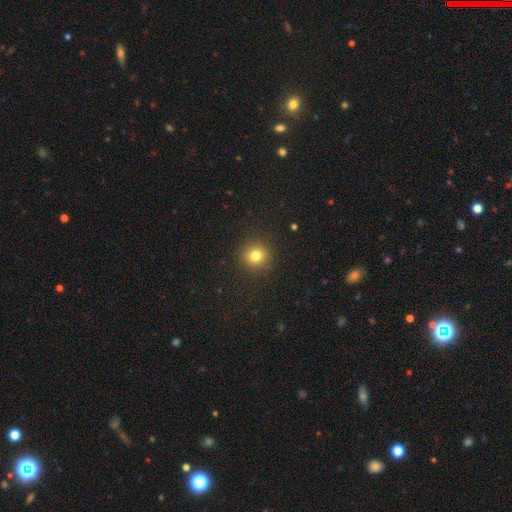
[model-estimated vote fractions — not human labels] This is clearly a smooth galaxy (80%). How rounded: clearly round (91%). Merging: clearly none (91%).